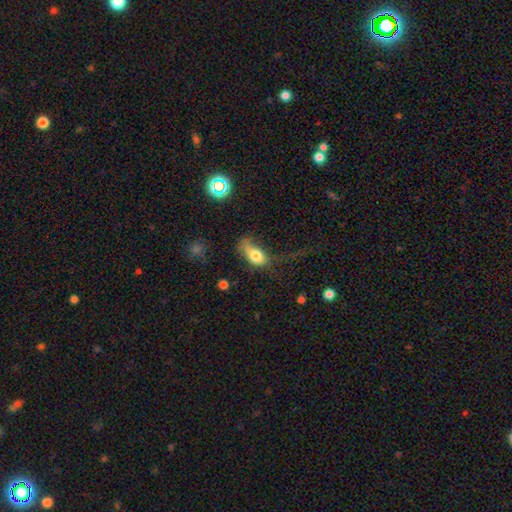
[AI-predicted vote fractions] Q: Smooth or featured?
A: smooth (74%); runner-up: featured or disk (16%)
Q: How rounded?
A: in between (84%); runner-up: round (10%)
Q: Merging?
A: major disturbance (38%); runner-up: none (29%)